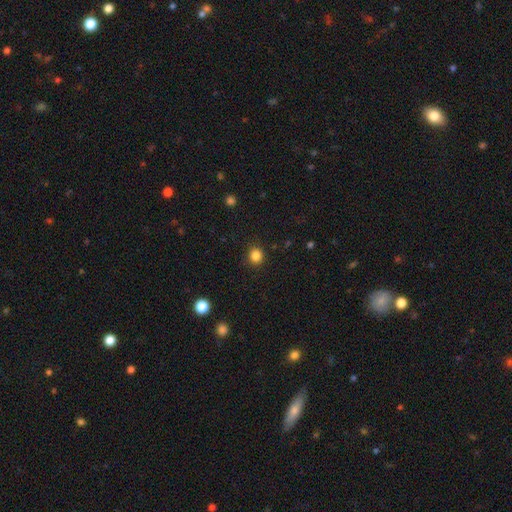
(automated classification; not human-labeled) smooth_or_featured: smooth (p=0.84) [alt: star or artifact p=0.12]
how_rounded: round (p=0.87) [alt: in between p=0.13]
merging: none (p=0.90) [alt: minor disturbance p=0.07]